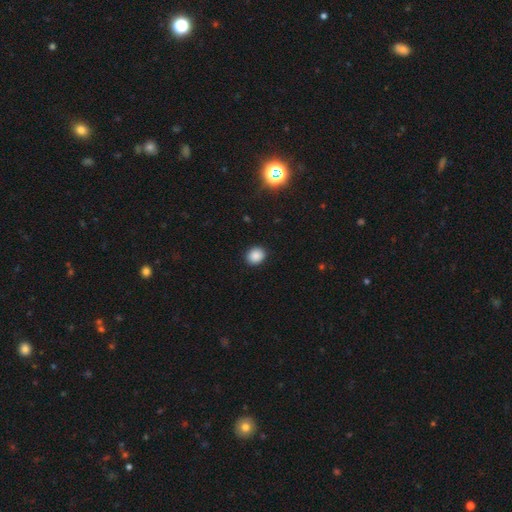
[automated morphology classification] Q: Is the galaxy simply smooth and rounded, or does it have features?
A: smooth — 87%.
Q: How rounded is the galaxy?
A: round — 68%.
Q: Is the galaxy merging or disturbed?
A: none — 91%.